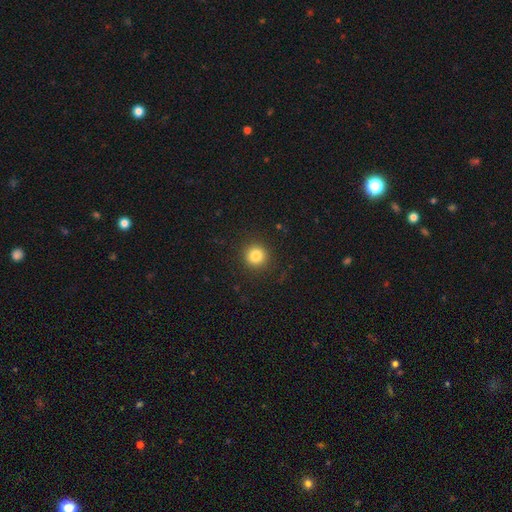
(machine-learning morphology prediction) The model was most divided on "smooth or featured": smooth: 83%, star or artifact: 11%, featured or disk: 6%. More confident: how rounded — round (94%); merging — none (91%).